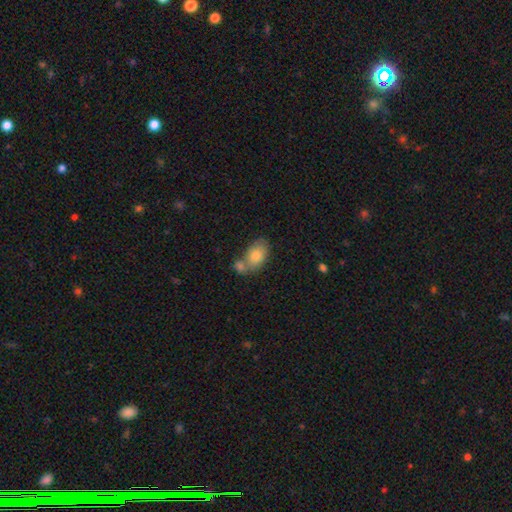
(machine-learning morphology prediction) smooth 77%, featured or disk 15%, star or artifact 8%. Down the decision tree: how rounded — in between (86%); merging — none (45%).